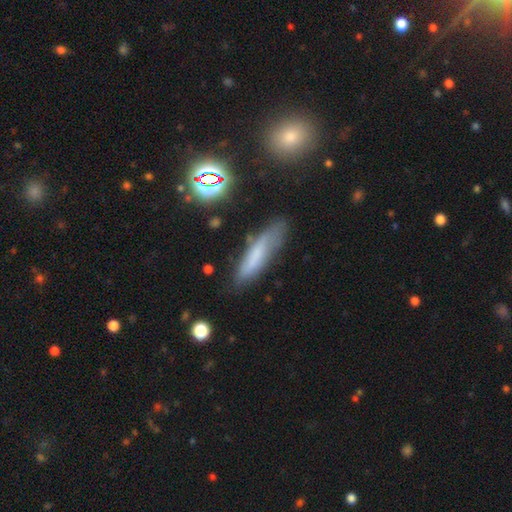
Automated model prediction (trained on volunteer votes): smooth-or-featured: smooth: 62% | featured or disk: 25% | star or artifact: 13%
  how-rounded: cigar-shaped: 78% | in between: 20% | round: 2%
  merging: none: 70% | minor disturbance: 21% | major disturbance: 6% | merger: 3%